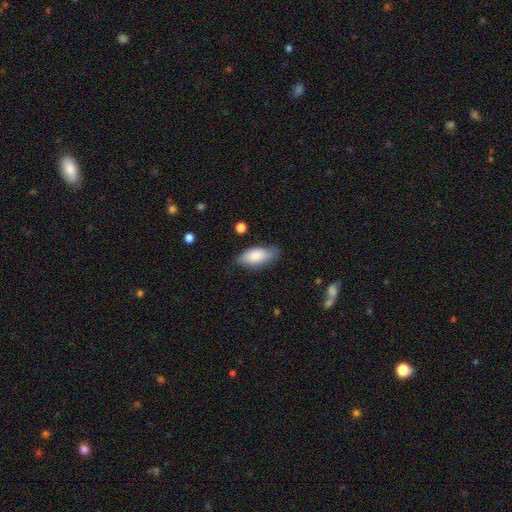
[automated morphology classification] Smooth or featured?
  - smooth: 81% *
  - featured or disk: 13%
  - star or artifact: 6%
How rounded?
  - in between: 87% *
  - cigar-shaped: 10%
  - round: 2%
Merging?
  - none: 71% *
  - minor disturbance: 23%
  - major disturbance: 4%
  - merger: 2%